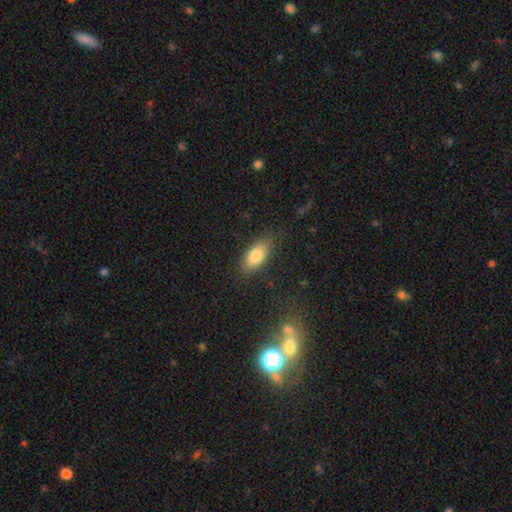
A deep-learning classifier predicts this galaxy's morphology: smooth_or_featured: smooth (p=0.80) [alt: featured or disk p=0.12]
how_rounded: in between (p=0.87) [alt: cigar-shaped p=0.10]
merging: none (p=0.84) [alt: minor disturbance p=0.12]